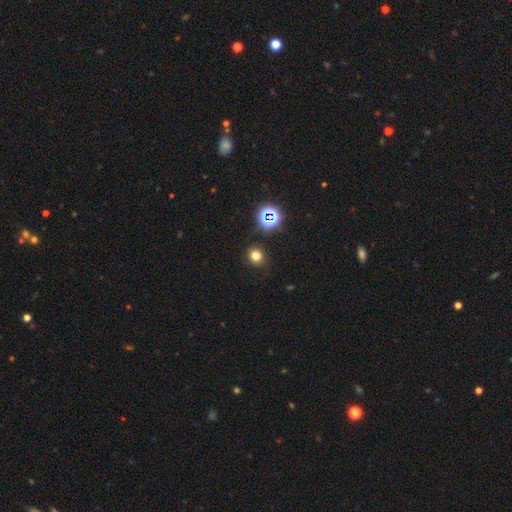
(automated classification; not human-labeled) Q: Smooth or featured?
A: smooth (74%); runner-up: star or artifact (20%)
Q: How rounded?
A: round (83%); runner-up: in between (16%)
Q: Merging?
A: none (89%); runner-up: minor disturbance (7%)